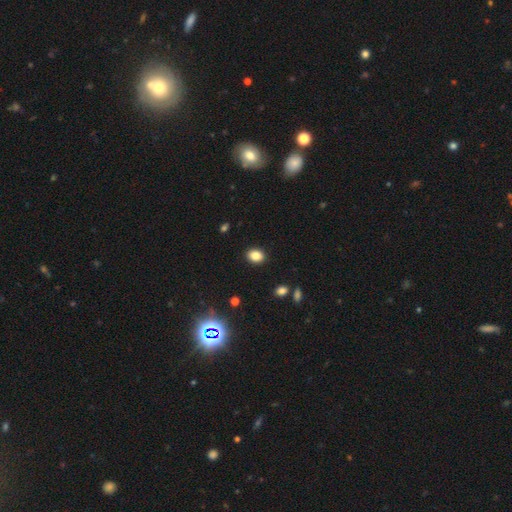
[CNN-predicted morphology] A smooth galaxy with no disk features (83%) that is in between round and cigar-shaped (59%).

Vote fractions:
- Smooth or featured? smooth: 83% / star or artifact: 11% / featured or disk: 6%
- How rounded? in between: 59% / round: 40% / cigar-shaped: 1%
- Merging? none: 90% / minor disturbance: 7% / major disturbance: 2% / merger: 1%